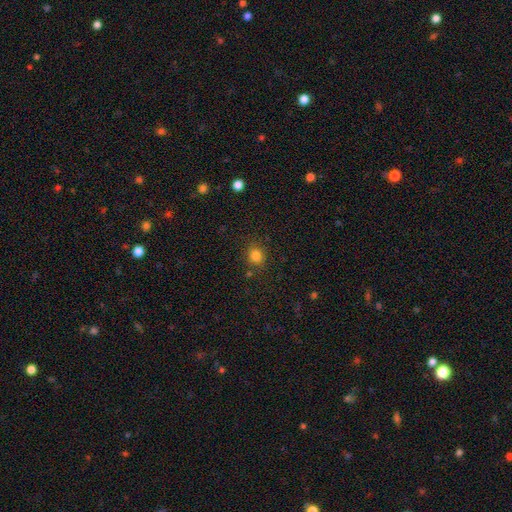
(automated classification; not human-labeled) Smooth or featured? smooth (82%)
How rounded? round (76%)
Merging? none (82%)